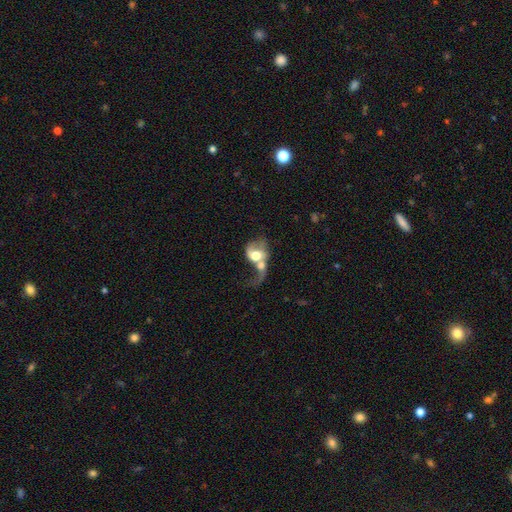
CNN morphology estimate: featured or disk 53%, smooth 39%, star or artifact 8%. Down the decision tree: edge-on disk — no (96%); bar — no (69%); spiral arms — yes (65%); bulge size — moderate (54%); merging — merger (59%).